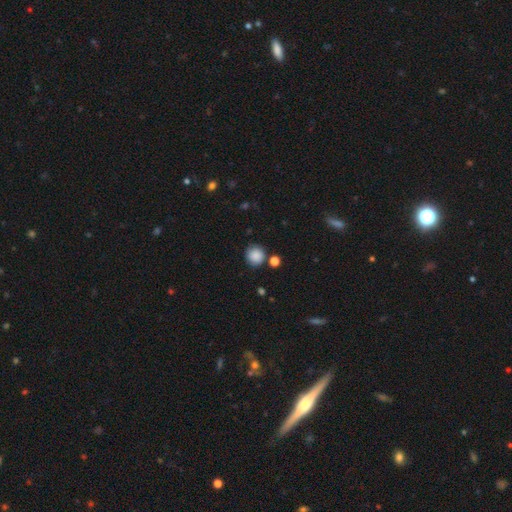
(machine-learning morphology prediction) Overall: smooth (87%). How rounded: round (90%). Merging: none (79%).